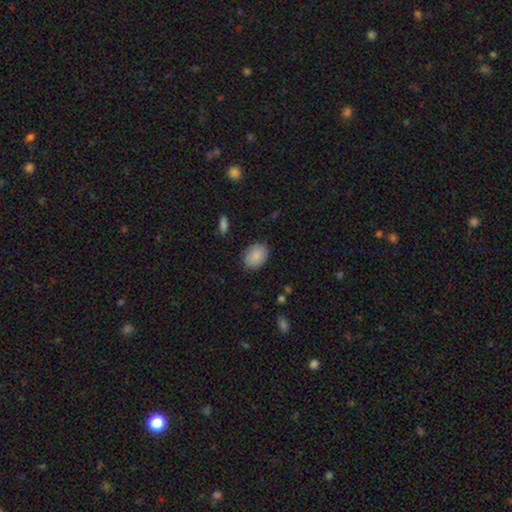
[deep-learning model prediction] This is clearly a smooth galaxy (87%). How rounded: likely in between (70%). Merging: clearly none (85%).